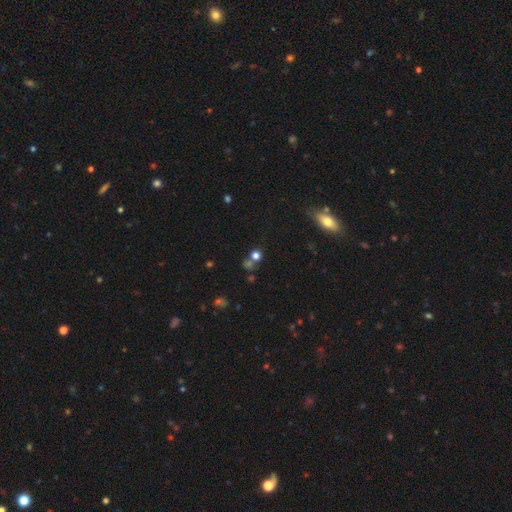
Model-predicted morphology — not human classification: This appears to be a smooth galaxy with no disk features (68%) that is round (87%). Merging: none (60%).